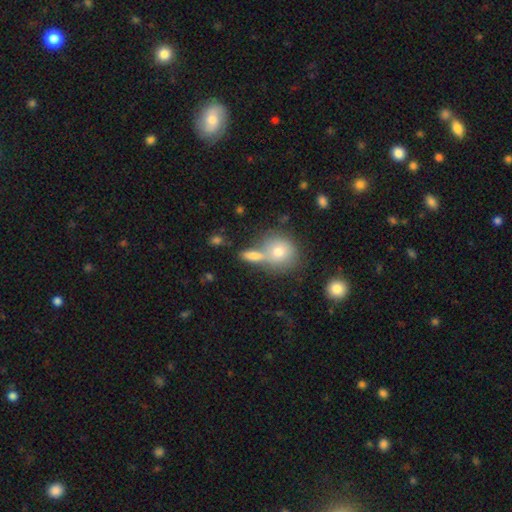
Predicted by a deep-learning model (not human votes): This is likely a smooth galaxy (67%). How rounded: possibly round (54%). Merging: possibly none (48%).